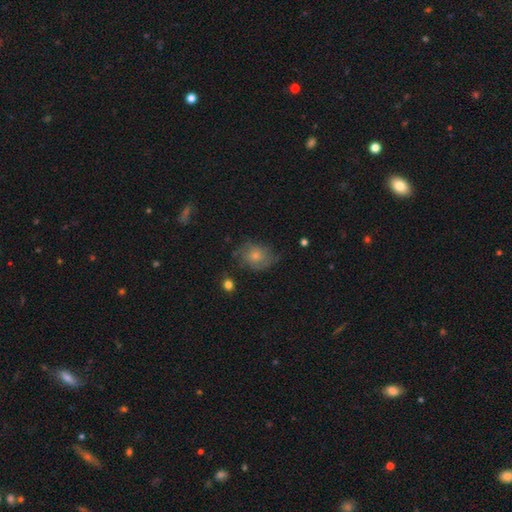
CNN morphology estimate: Smooth or featured? Predicted: smooth (p=0.51). How rounded? Predicted: in between (p=0.51). Merging? Predicted: none (p=0.61).